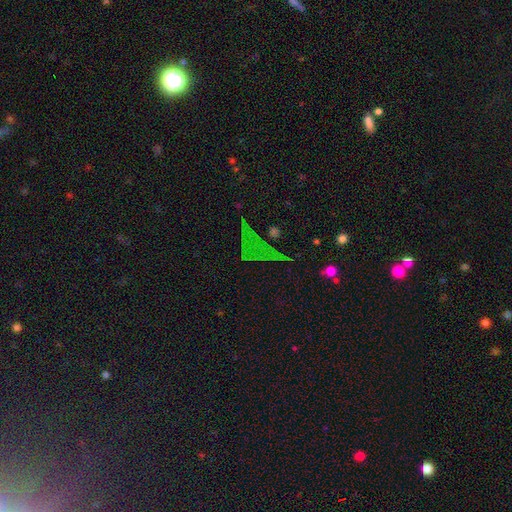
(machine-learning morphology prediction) This is likely a star or artifact rather than a galaxy (67%).